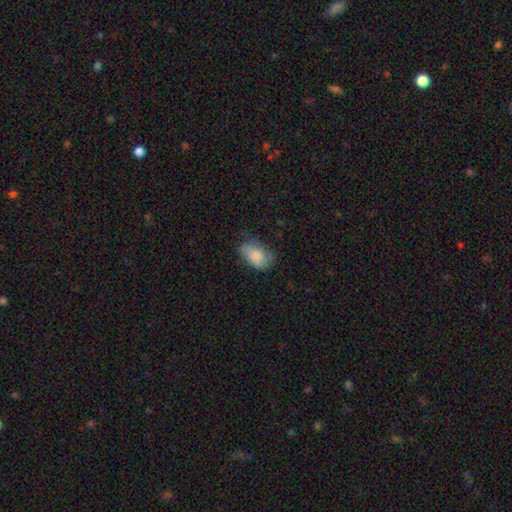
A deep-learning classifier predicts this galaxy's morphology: type=smooth (74%); roundness=in between (89%); merging=none (57%).